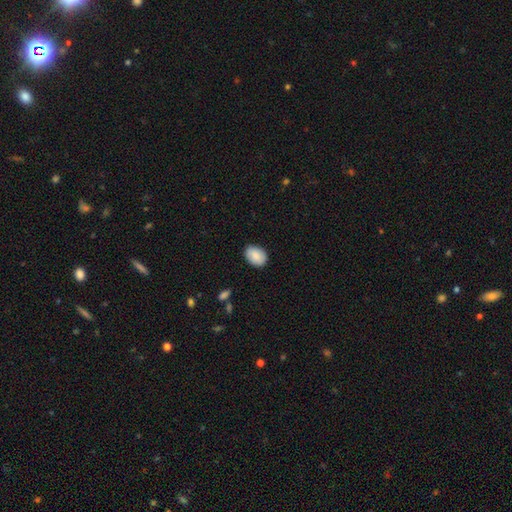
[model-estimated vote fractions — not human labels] This is clearly a smooth galaxy (86%). How rounded: likely in between (77%). Merging: clearly none (87%).